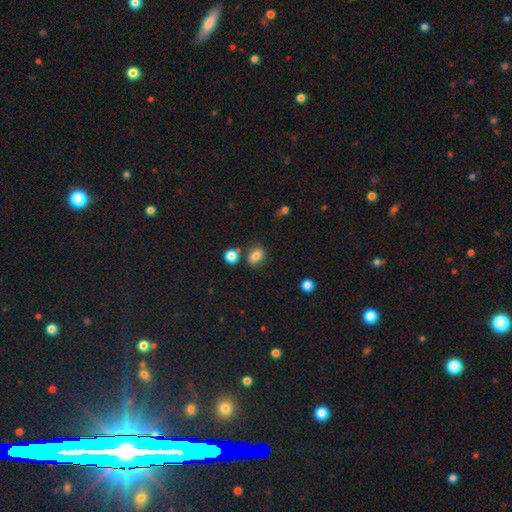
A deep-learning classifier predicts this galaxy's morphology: This is clearly a smooth galaxy (80%). How rounded: likely in between (64%). Merging: likely none (72%).